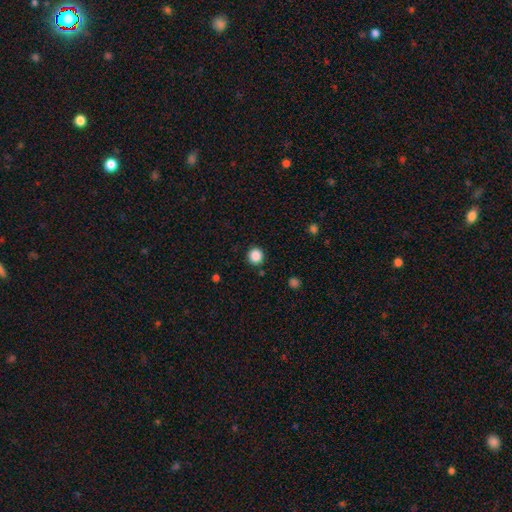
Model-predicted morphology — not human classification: Overall: smooth (87%). How rounded: round (92%). Merging: none (89%).